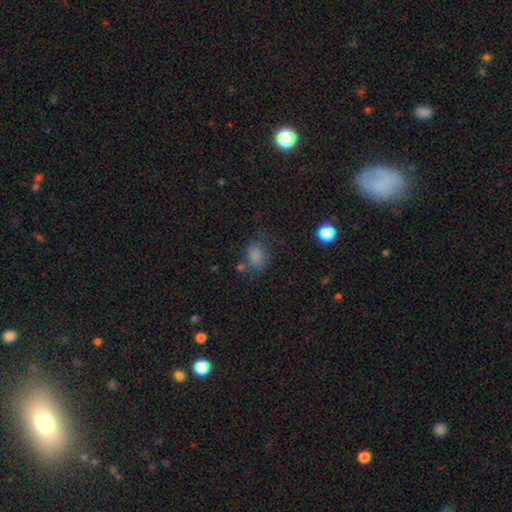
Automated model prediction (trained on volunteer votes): A smooth galaxy with no disk features (75%) that is in between round and cigar-shaped (63%).

Vote fractions:
- Smooth or featured? smooth: 75% / star or artifact: 14% / featured or disk: 11%
- How rounded? in between: 63% / round: 35% / cigar-shaped: 1%
- Merging? none: 53% / minor disturbance: 24% / major disturbance: 15% / merger: 7%